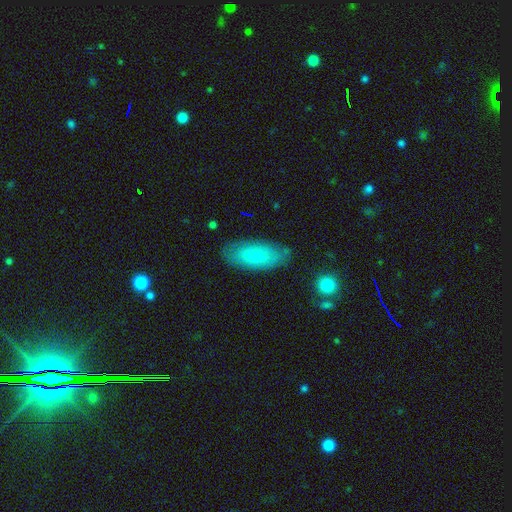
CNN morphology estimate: Smooth or featured? Predicted: smooth (p=0.72). How rounded? Predicted: in between (p=0.89). Merging? Predicted: none (p=0.79).